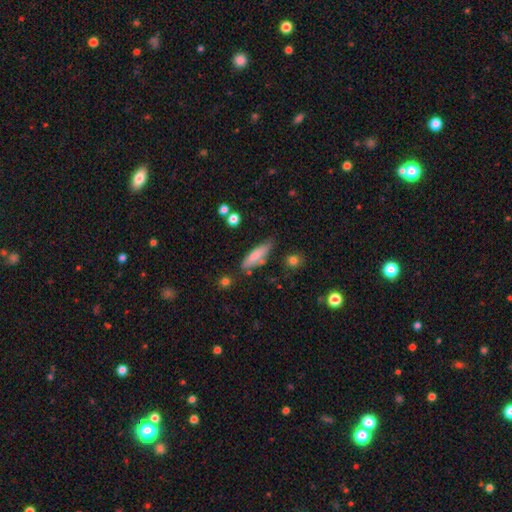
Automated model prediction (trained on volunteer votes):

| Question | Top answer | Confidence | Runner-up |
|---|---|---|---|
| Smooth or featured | smooth | 77% | featured or disk (16%) |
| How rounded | cigar-shaped | 56% | in between (42%) |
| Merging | none | 67% | minor disturbance (22%) |